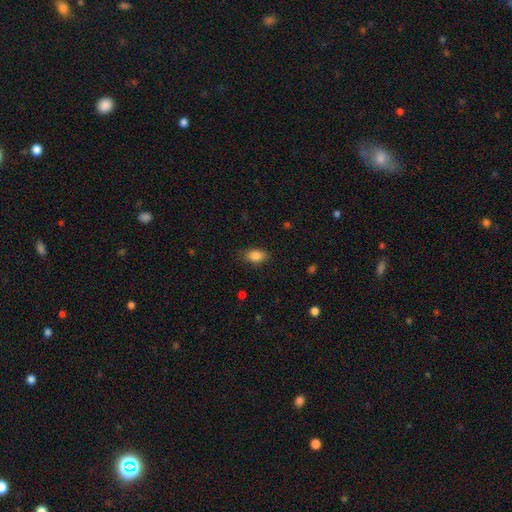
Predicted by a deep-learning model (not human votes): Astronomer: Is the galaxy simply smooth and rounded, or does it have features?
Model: smooth — 87%.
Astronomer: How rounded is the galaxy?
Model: in between — 86%.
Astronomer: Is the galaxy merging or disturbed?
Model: none — 81%.